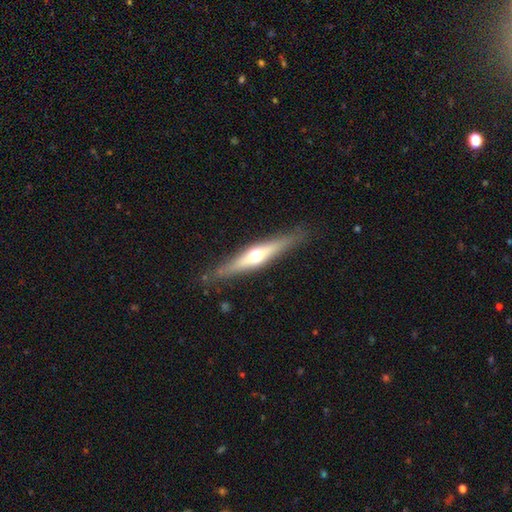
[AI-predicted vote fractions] smooth_or_featured: featured or disk (p=0.63) [alt: smooth p=0.31]
disk_edge_on: yes (p=0.94) [alt: no p=0.06]
edge_on_bulge: rounded (p=0.92) [alt: none p=0.04]
merging: none (p=0.85) [alt: minor disturbance p=0.11]